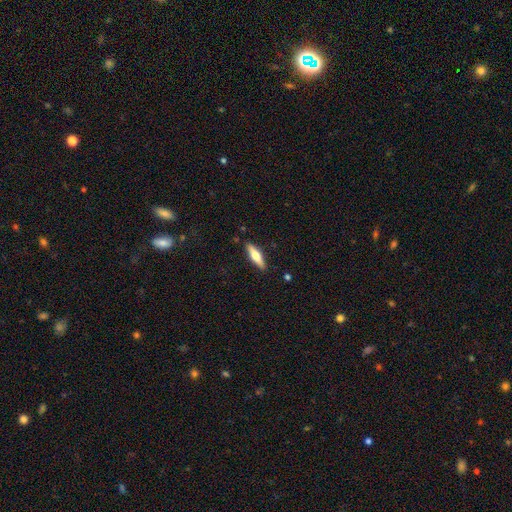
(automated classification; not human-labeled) smooth-or-featured: smooth: 48% | featured or disk: 47% | star or artifact: 5%
  merging: none: 89% | minor disturbance: 8% | major disturbance: 2% | merger: 1%